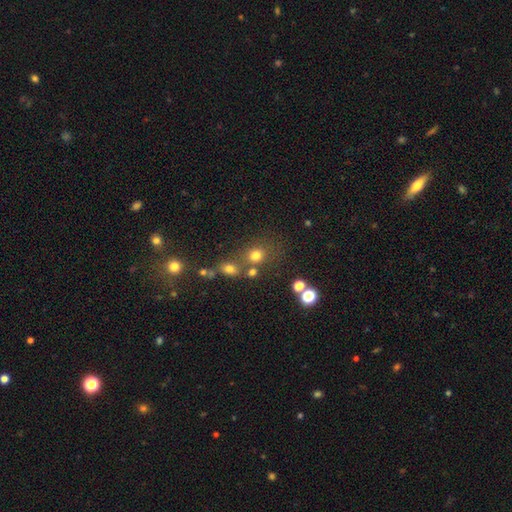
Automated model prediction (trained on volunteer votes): A smooth galaxy with no disk features (73%) that is round (79%). Merging: none (64%).